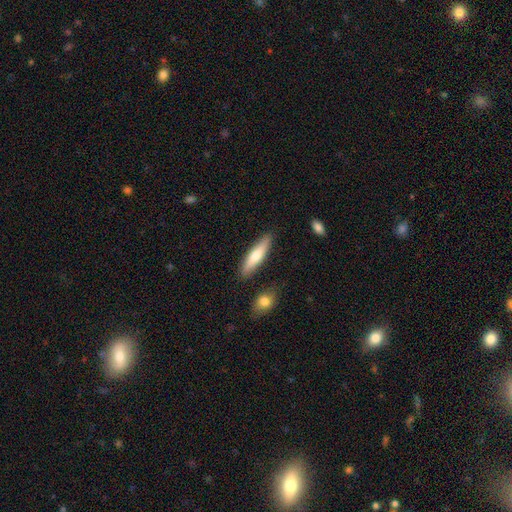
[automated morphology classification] A smooth galaxy with no disk features (67%) that is cigar-shaped (77%). Merging: none (85%).